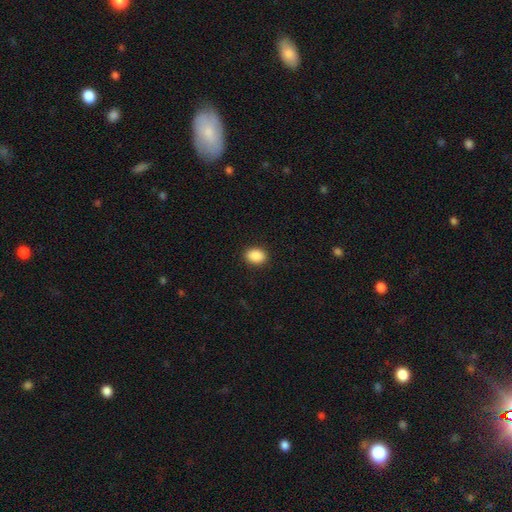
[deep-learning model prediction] smooth_or_featured: smooth (p=0.90) [alt: star or artifact p=0.08]
how_rounded: in between (p=0.73) [alt: round p=0.26]
merging: none (p=0.90) [alt: minor disturbance p=0.07]